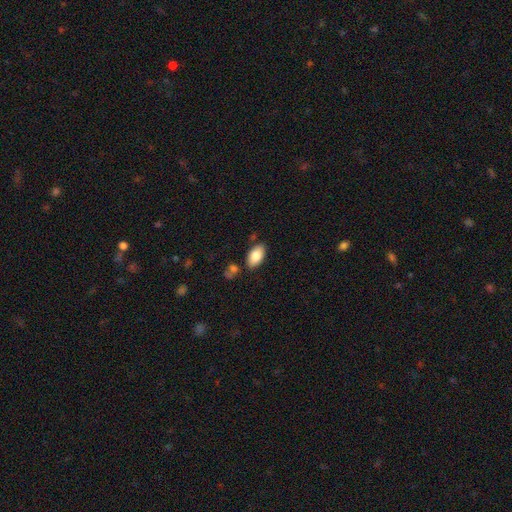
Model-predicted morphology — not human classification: type=smooth (84%); roundness=in between (94%); merging=none (81%).